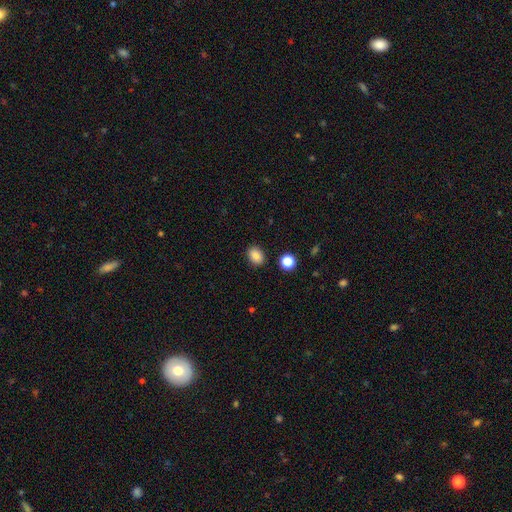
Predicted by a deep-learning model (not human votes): A smooth galaxy with no disk features (85%) that is in between round and cigar-shaped (65%).

Vote fractions:
- Smooth or featured? smooth: 85% / star or artifact: 10% / featured or disk: 5%
- How rounded? in between: 65% / round: 34% / cigar-shaped: 1%
- Merging? none: 87% / minor disturbance: 8% / merger: 2% / major disturbance: 2%